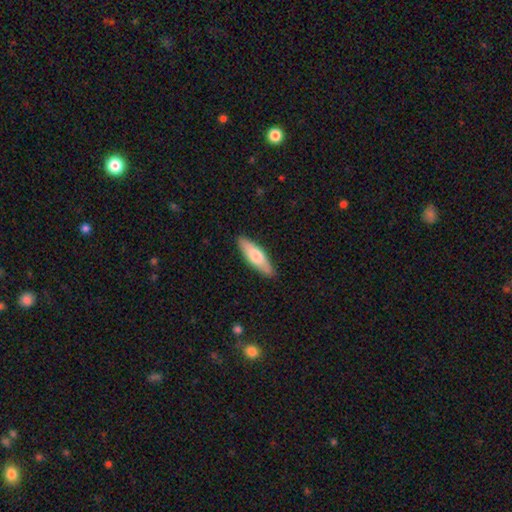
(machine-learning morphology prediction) A smooth galaxy with no disk features (66%) that is cigar-shaped (57%). Merging: none (88%).